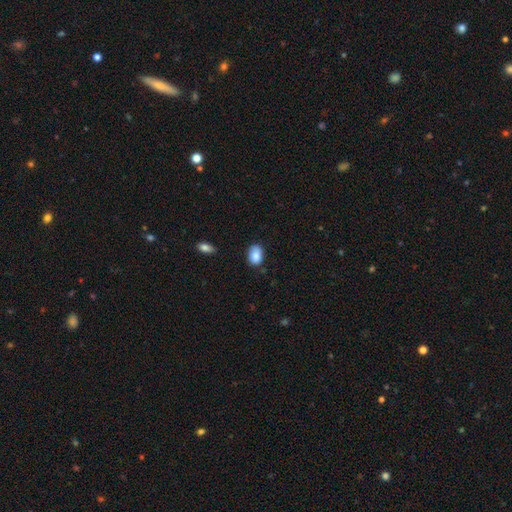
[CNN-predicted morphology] Smooth or featured? Predicted: smooth (p=0.87). How rounded? Predicted: in between (p=0.82). Merging? Predicted: none (p=0.74).